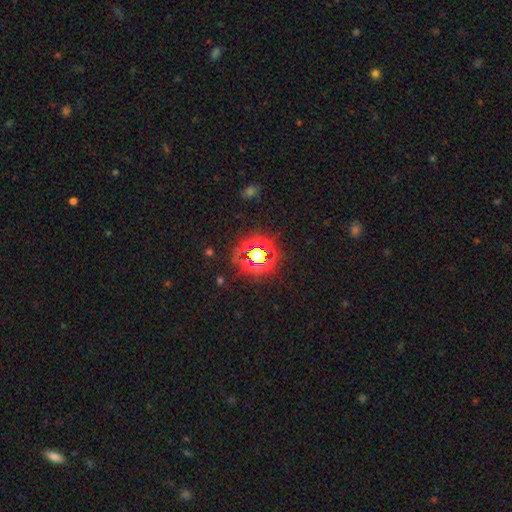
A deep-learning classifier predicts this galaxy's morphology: A star or artifact, not a galaxy (71%).